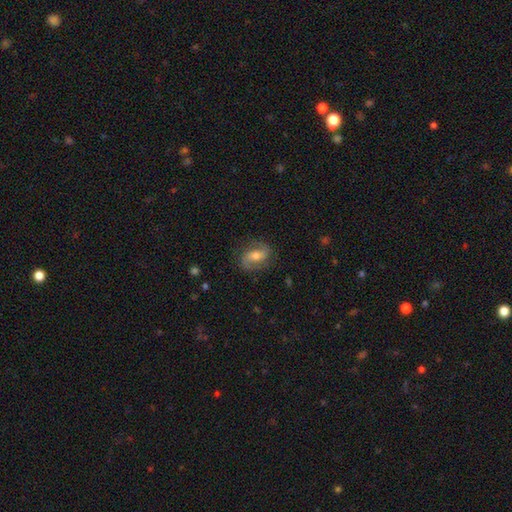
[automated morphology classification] Smooth or featured? featured or disk (71%)
Edge-on disk? no (96%)
Bar? weak (41%)
Spiral arms? yes (92%)
Spiral winding? medium (44%)
Spiral arm count? 2 (90%)
Bulge size? moderate (66%)
Merging? none (80%)